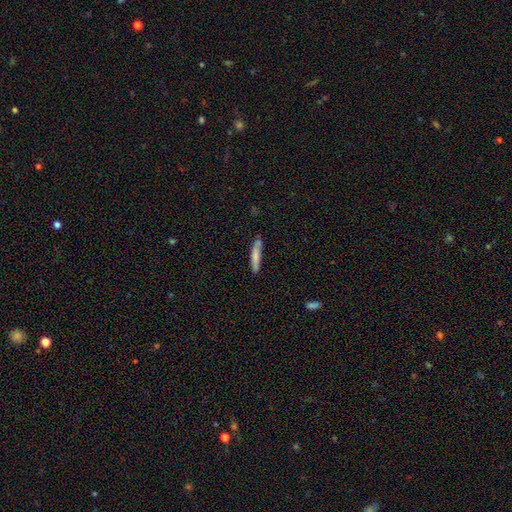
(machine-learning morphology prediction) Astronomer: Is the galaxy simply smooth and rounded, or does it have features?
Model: smooth — 73%.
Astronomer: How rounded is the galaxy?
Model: cigar-shaped — 87%.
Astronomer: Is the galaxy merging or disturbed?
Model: none — 72%.